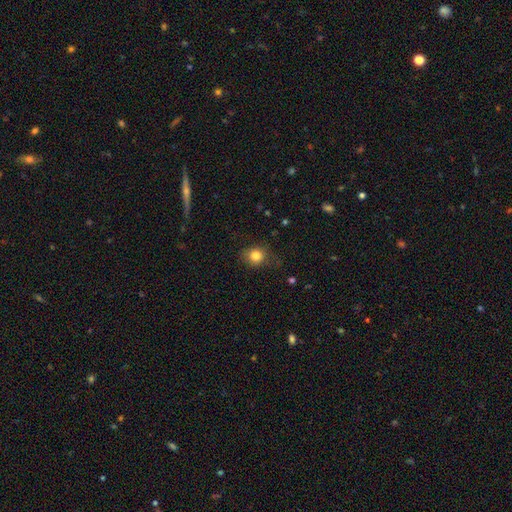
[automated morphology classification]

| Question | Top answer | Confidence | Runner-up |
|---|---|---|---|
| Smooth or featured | smooth | 82% | star or artifact (11%) |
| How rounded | round | 77% | in between (22%) |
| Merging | none | 73% | minor disturbance (19%) |